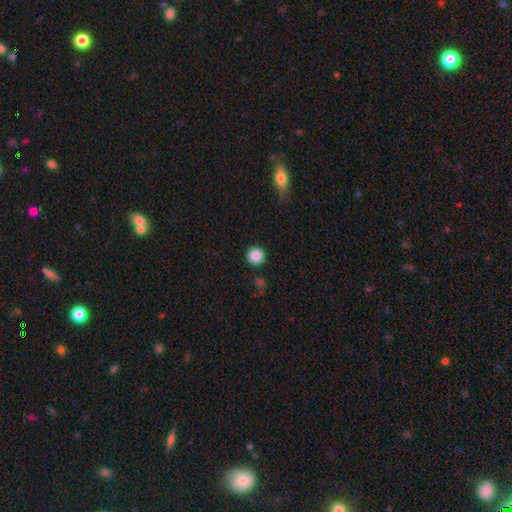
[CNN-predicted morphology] Smooth or featured?
  - smooth: 87% *
  - star or artifact: 10%
  - featured or disk: 4%
How rounded?
  - round: 95% *
  - in between: 4%
  - cigar-shaped: 1%
Merging?
  - none: 90% *
  - minor disturbance: 6%
  - major disturbance: 2%
  - merger: 2%